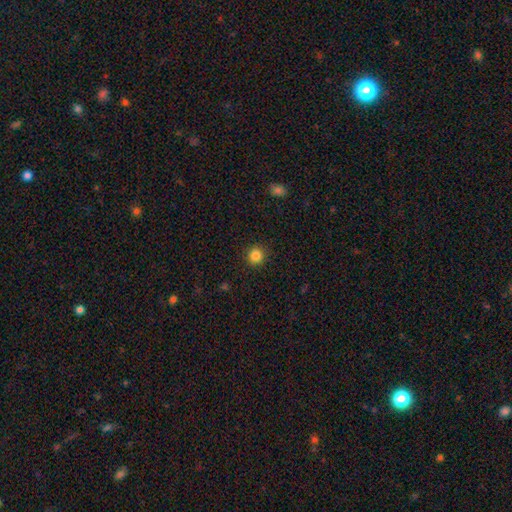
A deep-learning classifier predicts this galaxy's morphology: The model was most divided on "smooth or featured": smooth: 84%, star or artifact: 11%, featured or disk: 4%. More confident: how rounded — round (94%); merging — none (91%).